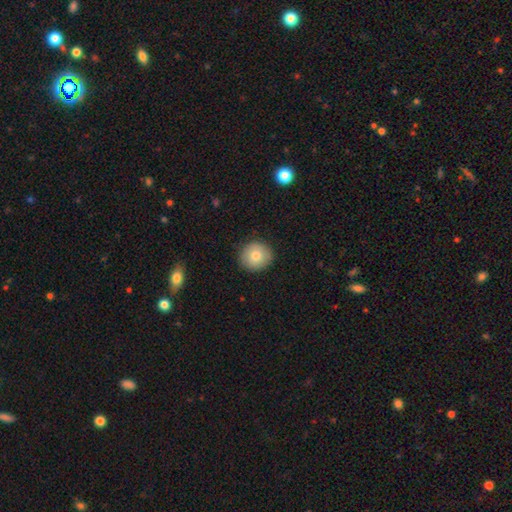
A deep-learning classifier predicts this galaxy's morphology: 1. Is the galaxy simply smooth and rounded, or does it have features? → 78% smooth, 14% featured or disk, 8% star or artifact.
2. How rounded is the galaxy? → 91% round, 8% in between, 1% cigar-shaped.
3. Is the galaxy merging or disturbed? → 90% none, 7% minor disturbance, 2% major disturbance, 1% merger.